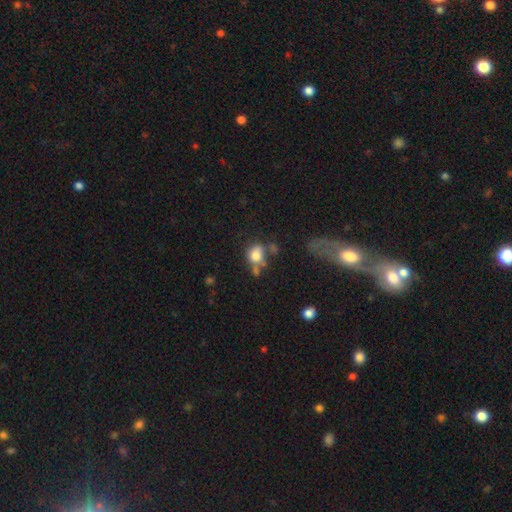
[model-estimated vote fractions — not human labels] A smooth galaxy with no disk features (73%) that is round (54%). Merging: none (37%).